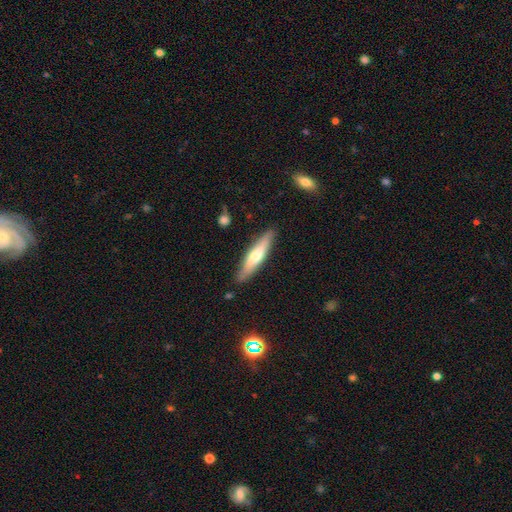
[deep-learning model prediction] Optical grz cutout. It shows a smooth galaxy with no disk features (54%) that is cigar-shaped (82%). Merging: none (86%).